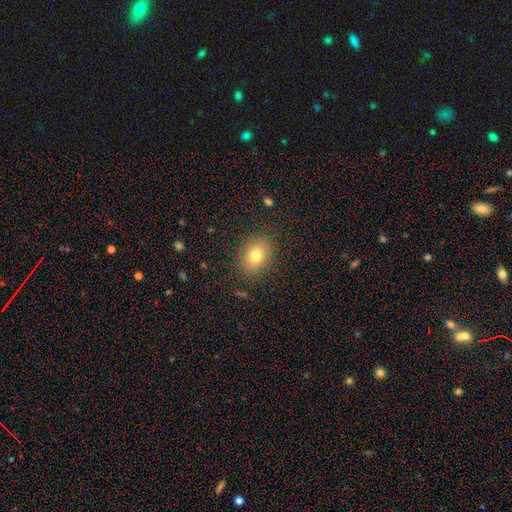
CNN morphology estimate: This appears to be a smooth galaxy with no disk features (78%) that is in between round and cigar-shaped (63%). Merging: none (86%).